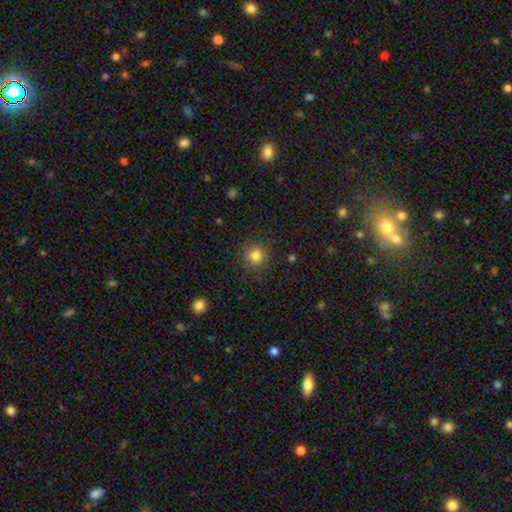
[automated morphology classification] type=smooth (83%); roundness=round (94%); merging=none (89%).